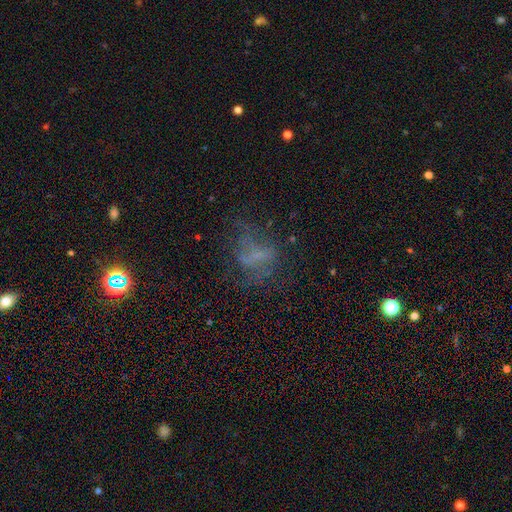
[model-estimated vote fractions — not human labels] This appears to be a featured or disk galaxy (41%). Merging: none (47%).